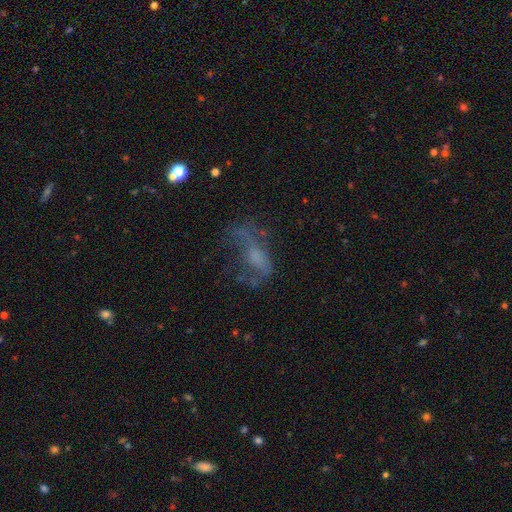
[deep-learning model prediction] Morphology: type=featured or disk (47%); merging=major disturbance (39%).